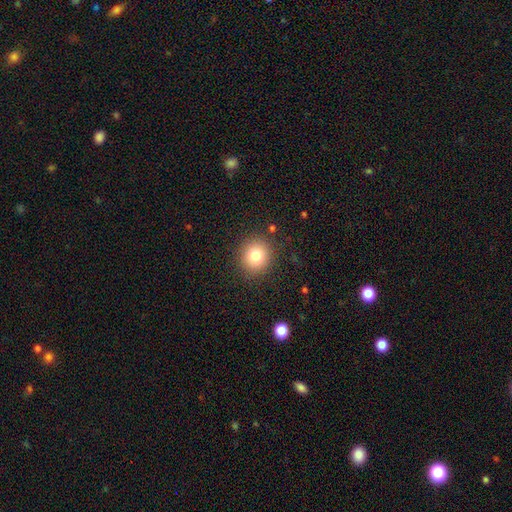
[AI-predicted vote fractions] Smooth or featured: smooth — 80% (star or artifact — 12%)
How rounded: round — 85% (in between — 14%)
Merging: none — 88% (minor disturbance — 7%)